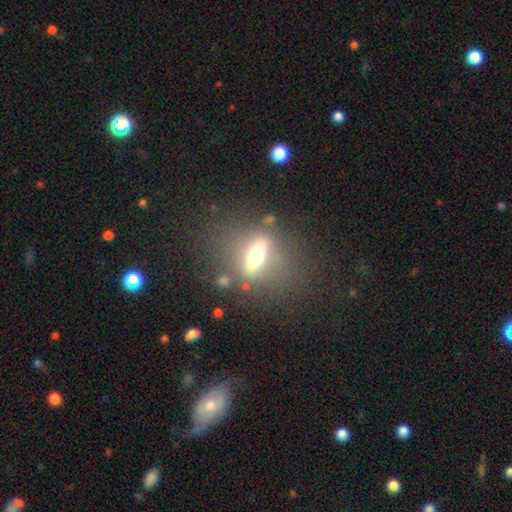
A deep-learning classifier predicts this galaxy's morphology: Q: Smooth or featured?
A: featured or disk (49%); runner-up: smooth (39%)
Q: Merging?
A: none (70%); runner-up: minor disturbance (13%)